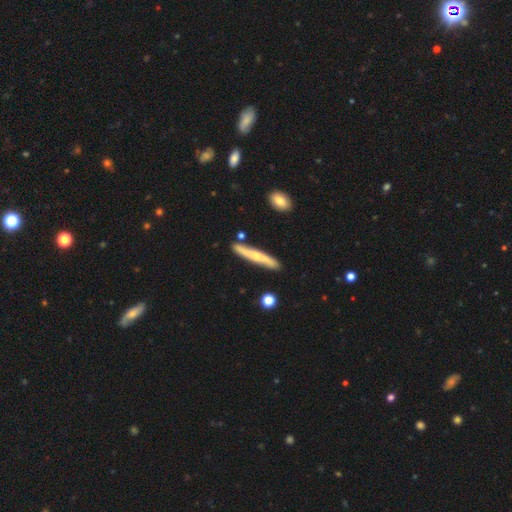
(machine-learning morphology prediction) featured or disk 57%, smooth 37%, star or artifact 6%. Down the decision tree: edge-on disk — yes (88%); edge-on bulge — rounded (77%); merging — none (84%).